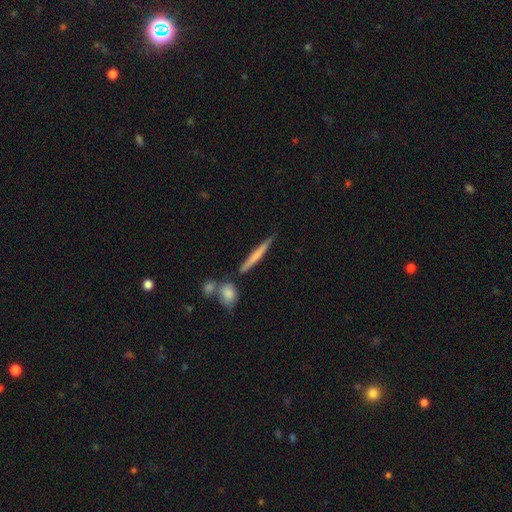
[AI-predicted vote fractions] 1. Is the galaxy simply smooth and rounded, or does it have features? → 59% smooth, 35% featured or disk, 6% star or artifact.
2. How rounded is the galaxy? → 94% cigar-shaped, 4% in between, 2% round.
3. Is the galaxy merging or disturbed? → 78% none, 11% minor disturbance, 8% merger, 3% major disturbance.